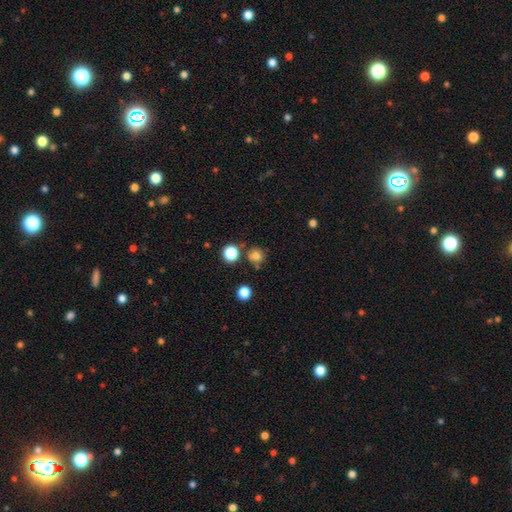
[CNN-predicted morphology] smooth-or-featured: smooth: 78% | star or artifact: 16% | featured or disk: 6%
  how-rounded: round: 91% | in between: 8% | cigar-shaped: 1%
  merging: none: 76% | minor disturbance: 11% | merger: 10% | major disturbance: 4%